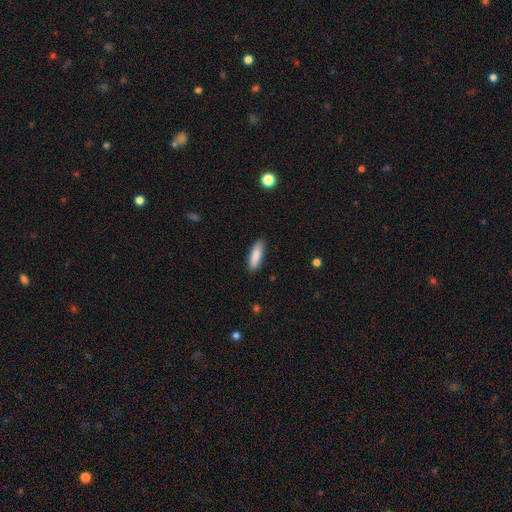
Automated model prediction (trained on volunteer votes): A smooth galaxy with no disk features (87%) that is cigar-shaped (57%).

Vote fractions:
- Smooth or featured? smooth: 87% / featured or disk: 7% / star or artifact: 6%
- How rounded? cigar-shaped: 57% / in between: 42% / round: 2%
- Merging? none: 88% / minor disturbance: 9% / major disturbance: 2% / merger: 1%